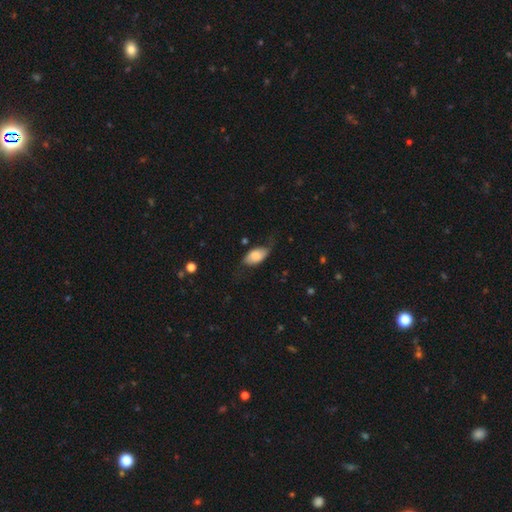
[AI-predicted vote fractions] Overall: smooth (71%). How rounded: in between (93%). Merging: none (55%; minor disturbance 30%).